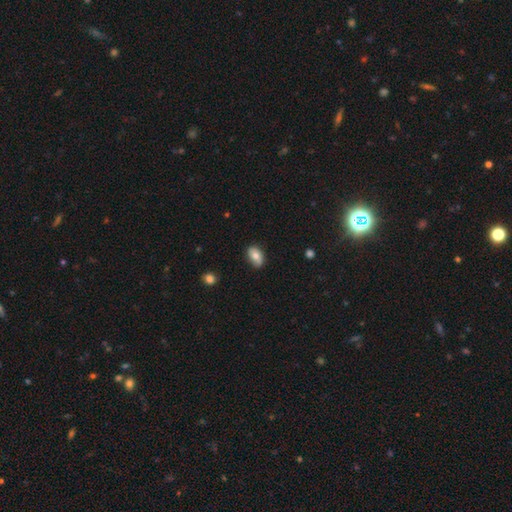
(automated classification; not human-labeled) Smooth or featured?
  - smooth: 75% *
  - featured or disk: 17%
  - star or artifact: 8%
How rounded?
  - in between: 90% *
  - round: 8%
  - cigar-shaped: 2%
Merging?
  - none: 77% *
  - minor disturbance: 19%
  - major disturbance: 3%
  - merger: 1%